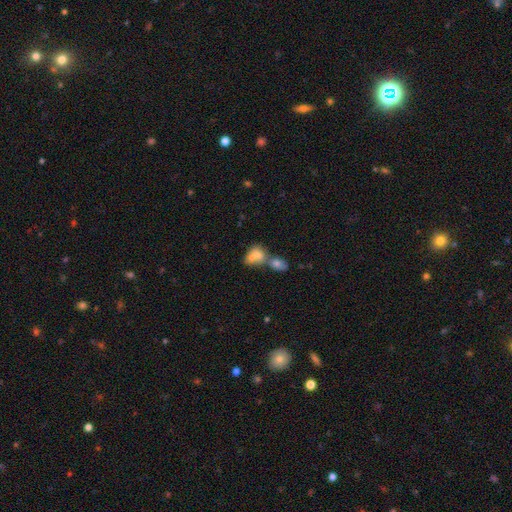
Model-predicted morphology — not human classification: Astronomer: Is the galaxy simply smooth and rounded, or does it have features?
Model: smooth — 74%.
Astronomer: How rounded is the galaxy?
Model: in between — 60% (runner-up: round, 38%).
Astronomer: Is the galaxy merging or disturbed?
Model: merger — 69%.